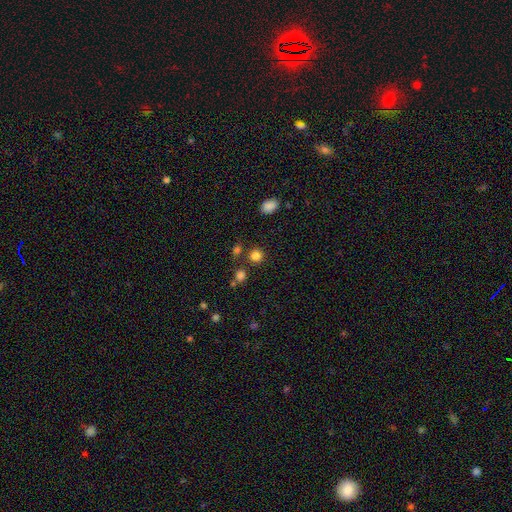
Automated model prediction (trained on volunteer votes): Morphology: type=smooth (81%); roundness=round (90%); merging=none (80%).